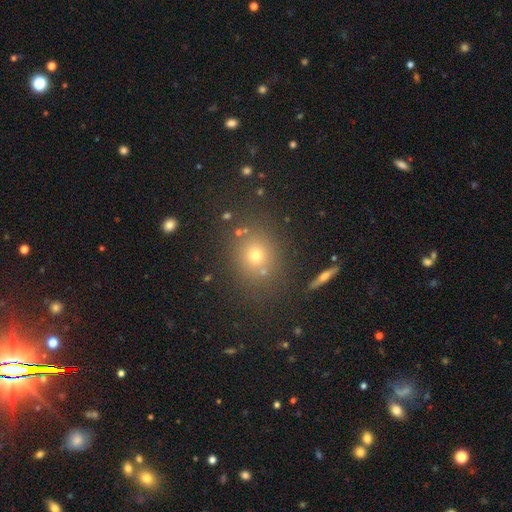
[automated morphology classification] A smooth galaxy with no disk features (69%) that is round (73%).

Vote fractions:
- Smooth or featured? smooth: 69% / star or artifact: 20% / featured or disk: 11%
- How rounded? round: 73% / in between: 25% / cigar-shaped: 1%
- Merging? none: 79% / minor disturbance: 10% / merger: 7% / major disturbance: 4%